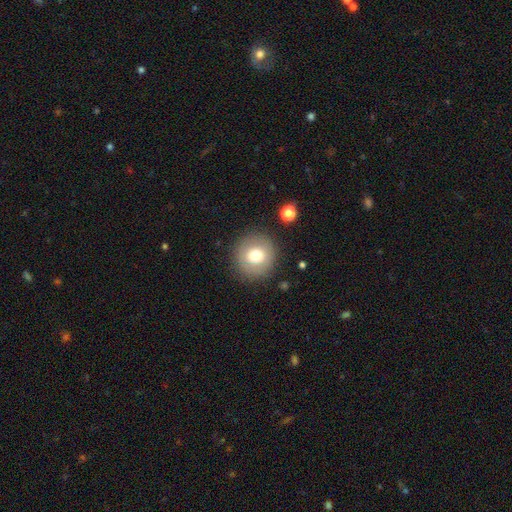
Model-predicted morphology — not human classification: type=smooth (73%); roundness=round (94%); merging=none (87%).